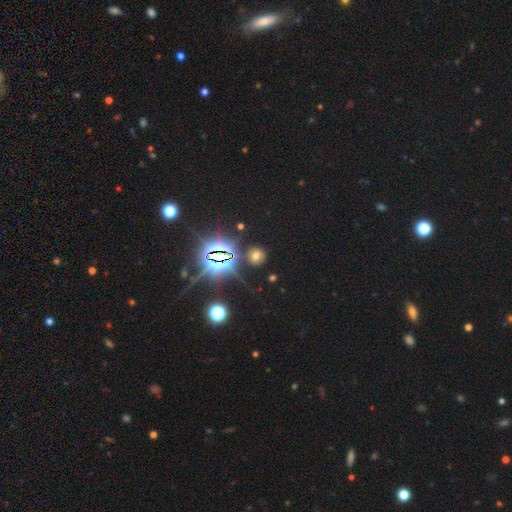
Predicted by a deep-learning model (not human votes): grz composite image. It shows a smooth galaxy with no disk features (48%). Merging: none (84%).